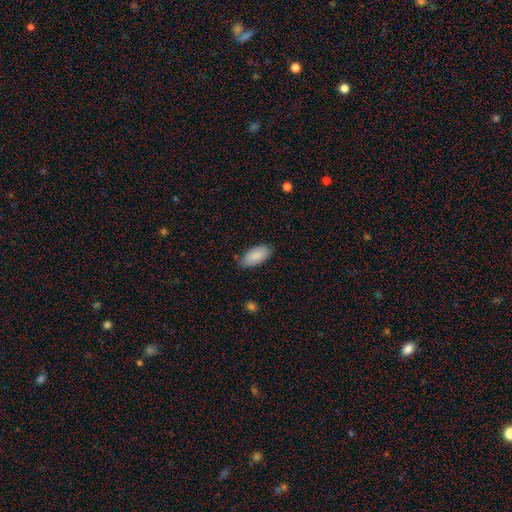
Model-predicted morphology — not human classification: smooth 89%, star or artifact 6%, featured or disk 6%. Down the decision tree: how rounded — in between (93%); merging — none (82%).